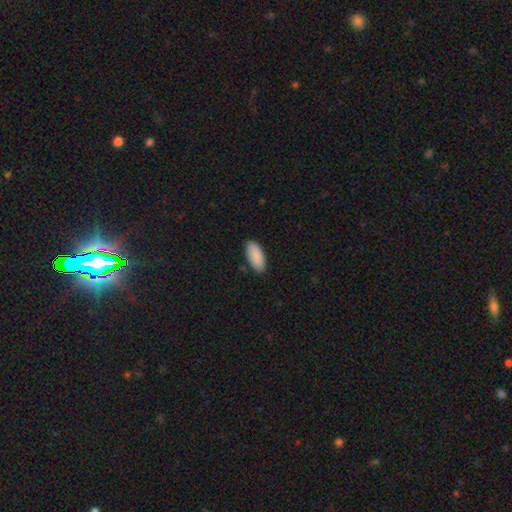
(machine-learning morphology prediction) Smooth or featured? smooth (91%)
How rounded? in between (90%)
Merging? none (88%)